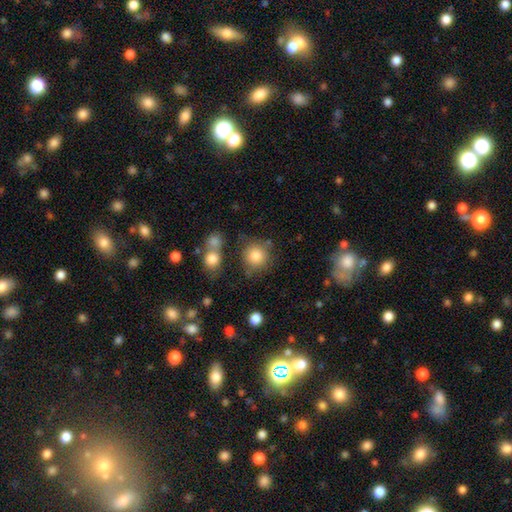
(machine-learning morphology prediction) type=smooth (83%); roundness=round (90%); merging=none (70%).